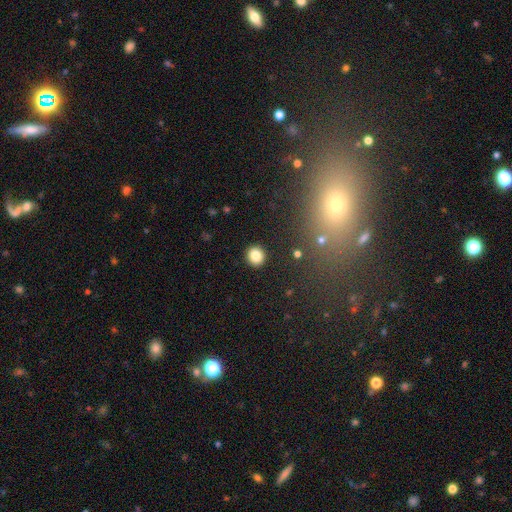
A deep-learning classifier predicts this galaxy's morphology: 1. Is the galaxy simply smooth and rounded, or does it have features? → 84% smooth, 10% star or artifact, 5% featured or disk.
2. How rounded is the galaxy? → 86% round, 13% in between, 1% cigar-shaped.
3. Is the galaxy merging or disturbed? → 92% none, 5% minor disturbance, 2% major disturbance, 1% merger.